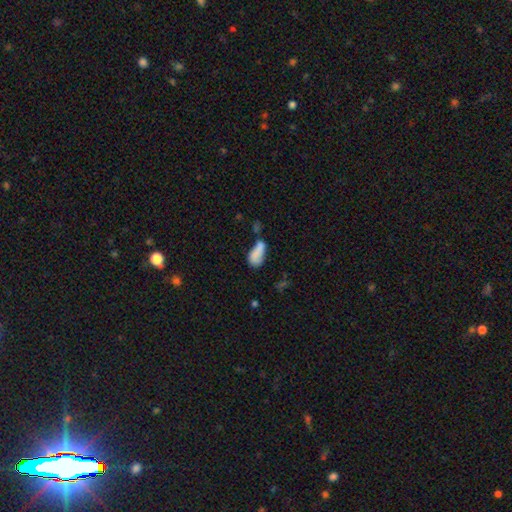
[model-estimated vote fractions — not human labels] smooth 74%, featured or disk 16%, star or artifact 10%. Down the decision tree: how rounded — in between (84%); merging — none (31%).